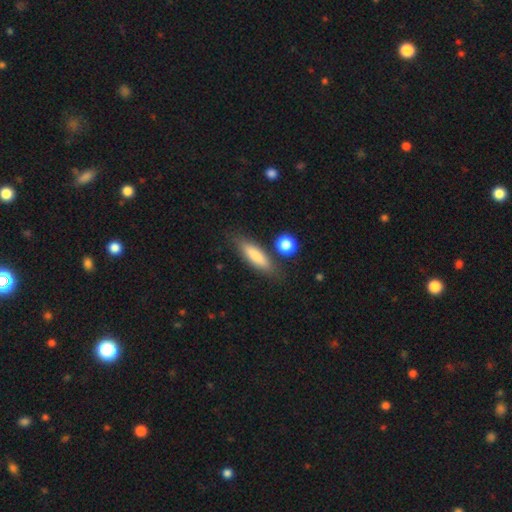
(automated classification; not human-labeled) Overall: smooth (77%). How rounded: cigar-shaped (60%; in between 37%). Merging: none (78%).